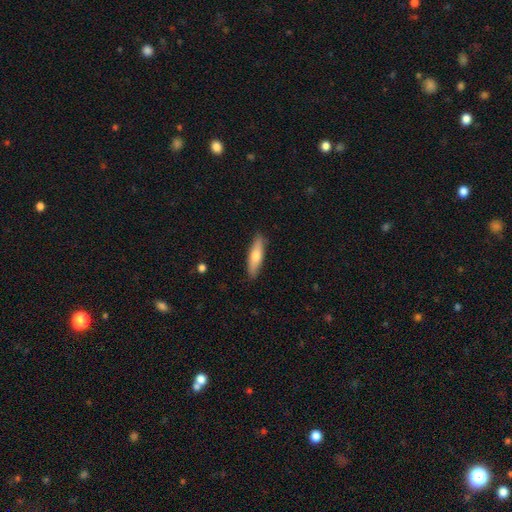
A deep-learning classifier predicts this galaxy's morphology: Smooth or featured?
  - smooth: 69% *
  - featured or disk: 26%
  - star or artifact: 5%
How rounded?
  - cigar-shaped: 62% *
  - in between: 36%
  - round: 2%
Merging?
  - none: 88% *
  - minor disturbance: 9%
  - major disturbance: 2%
  - merger: 1%